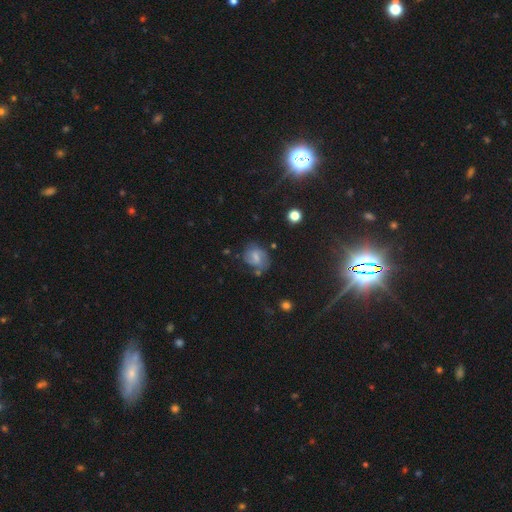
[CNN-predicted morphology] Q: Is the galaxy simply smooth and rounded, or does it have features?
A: featured or disk — 48%.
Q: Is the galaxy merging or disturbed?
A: none — 65%.